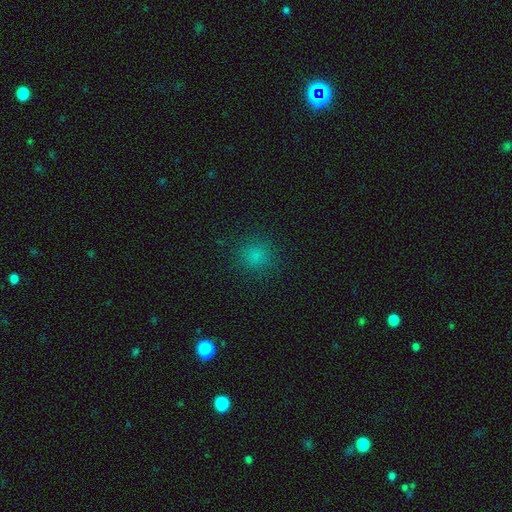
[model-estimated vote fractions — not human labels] This is likely a smooth galaxy (77%). How rounded: clearly round (90%). Merging: clearly none (88%).